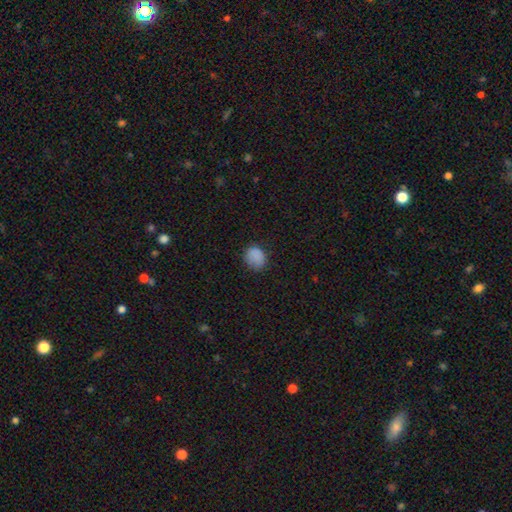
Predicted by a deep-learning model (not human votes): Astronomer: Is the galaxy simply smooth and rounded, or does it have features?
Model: smooth — 85%.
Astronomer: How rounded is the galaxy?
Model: round — 64%.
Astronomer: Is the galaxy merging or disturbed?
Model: none — 76%.